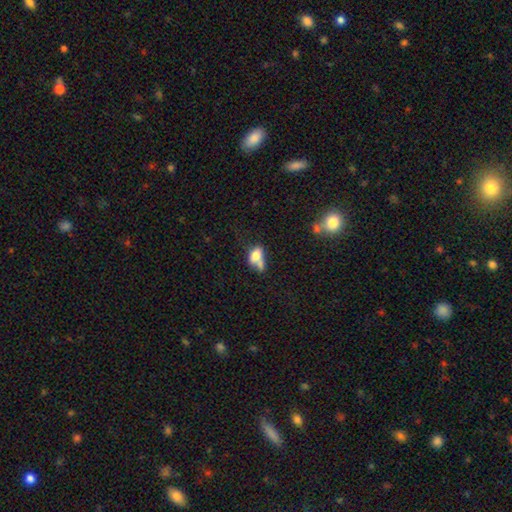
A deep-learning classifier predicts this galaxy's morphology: A smooth galaxy with no disk features (72%) that is in between round and cigar-shaped (82%).

Vote fractions:
- Smooth or featured? smooth: 72% / featured or disk: 18% / star or artifact: 10%
- How rounded? in between: 82% / round: 14% / cigar-shaped: 4%
- Merging? merger: 50% / none: 23% / minor disturbance: 15% / major disturbance: 12%